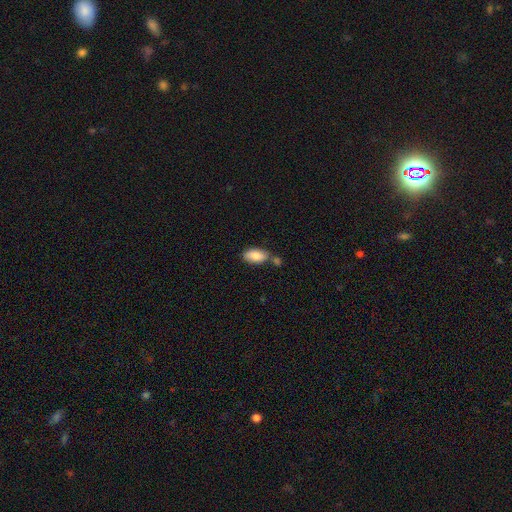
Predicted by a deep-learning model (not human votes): A smooth galaxy with no disk features (84%) that is in between round and cigar-shaped (92%). Merging: none (57%).